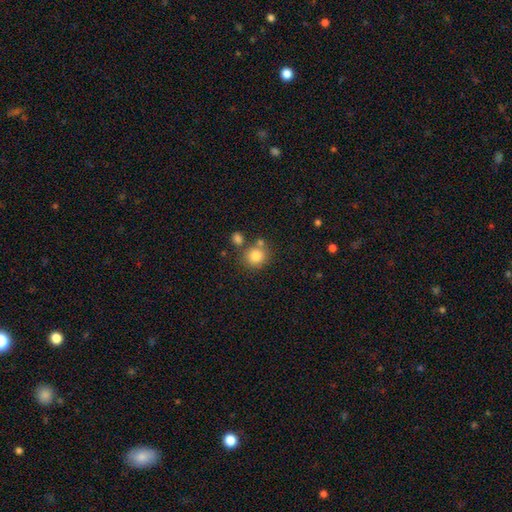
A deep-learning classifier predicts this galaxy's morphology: A smooth galaxy with no disk features (83%) that is round (87%).

Vote fractions:
- Smooth or featured? smooth: 83% / star or artifact: 11% / featured or disk: 6%
- How rounded? round: 87% / in between: 12% / cigar-shaped: 1%
- Merging? none: 70% / merger: 16% / minor disturbance: 11% / major disturbance: 4%